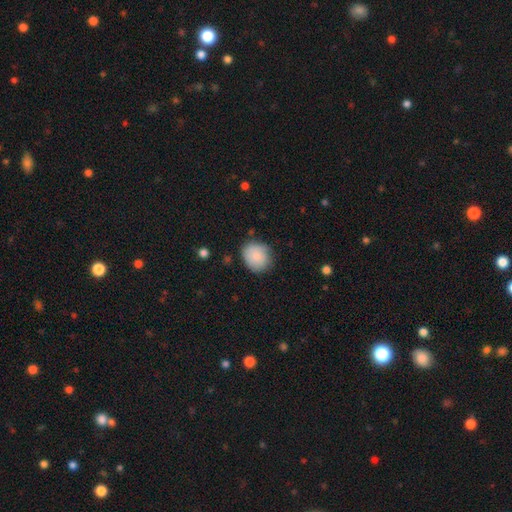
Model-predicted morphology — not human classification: A smooth galaxy with no disk features (86%) that is round (73%).

Vote fractions:
- Smooth or featured? smooth: 86% / star or artifact: 7% / featured or disk: 7%
- How rounded? round: 73% / in between: 26% / cigar-shaped: 1%
- Merging? none: 75% / minor disturbance: 19% / major disturbance: 4% / merger: 2%